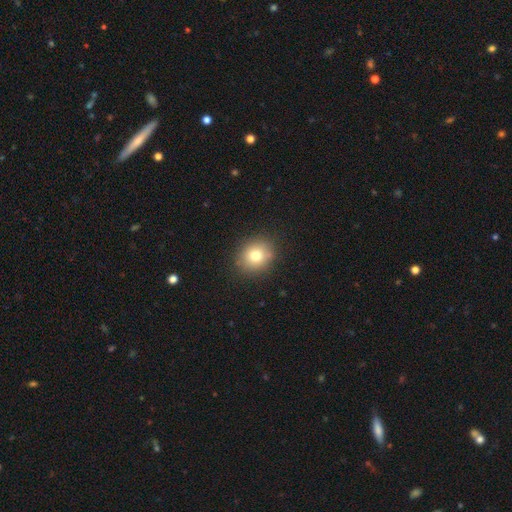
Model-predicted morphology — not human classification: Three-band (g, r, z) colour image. It shows a smooth galaxy with no disk features (77%) that is round (74%). Merging: none (86%).